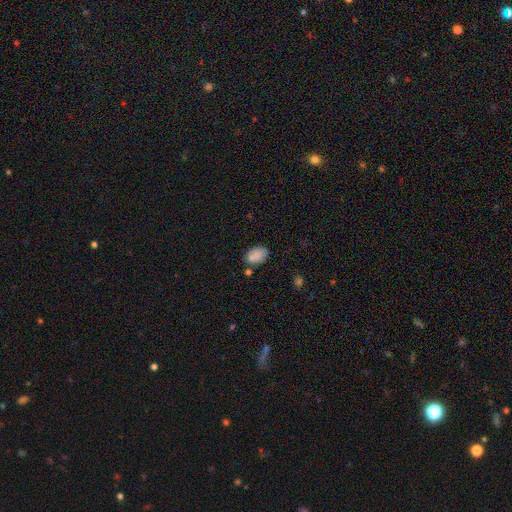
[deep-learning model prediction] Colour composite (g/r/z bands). It shows a smooth galaxy with no disk features (84%) that is in between round and cigar-shaped (85%). Merging: none (68%).